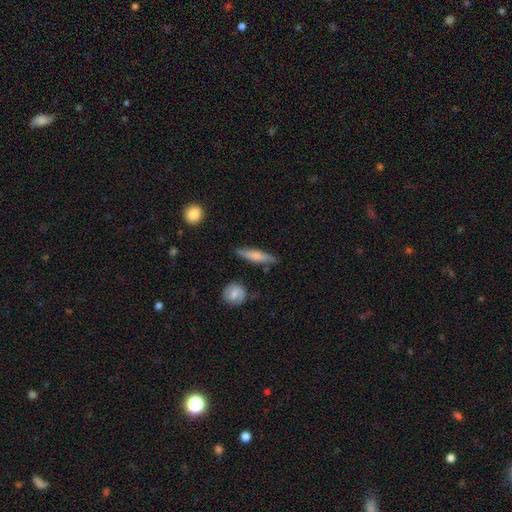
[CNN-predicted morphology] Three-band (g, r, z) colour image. It shows a smooth galaxy with no disk features (56%) that is cigar-shaped (77%). Merging: none (78%).